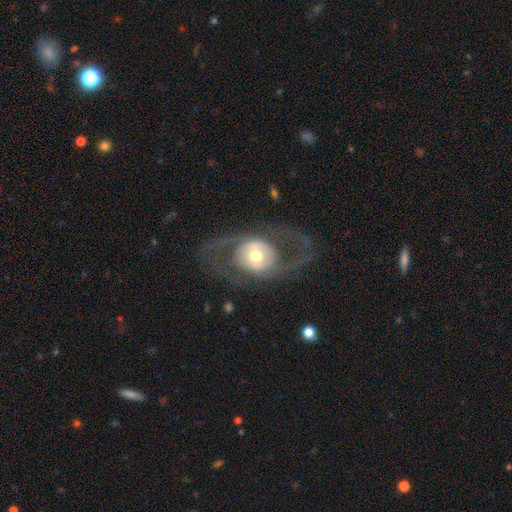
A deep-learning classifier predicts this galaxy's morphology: Smooth or featured?
  - featured or disk: 71% *
  - smooth: 24%
  - star or artifact: 5%
Edge-on disk?
  - no: 92% *
  - yes: 8%
Bar?
  - no: 67% *
  - weak: 23%
  - strong: 10%
Spiral arms?
  - yes: 54% *
  - no: 46%
Bulge size?
  - moderate: 66% *
  - large: 20%
  - small: 11%
  - dominant: 2%
  - none: 1%
Merging?
  - none: 62% *
  - major disturbance: 23%
  - minor disturbance: 13%
  - merger: 2%